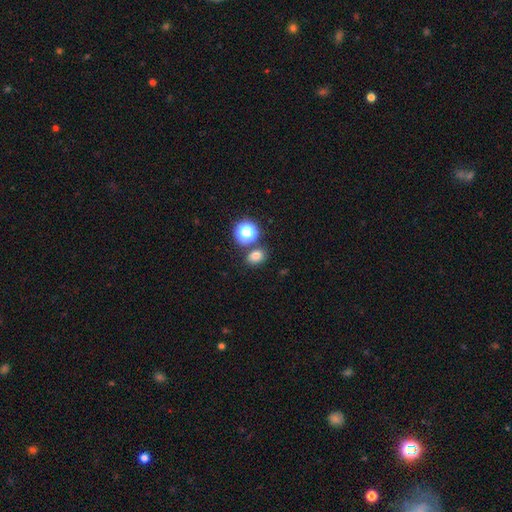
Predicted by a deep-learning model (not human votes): A smooth galaxy with no disk features (77%) that is in between round and cigar-shaped (56%).

Vote fractions:
- Smooth or featured? smooth: 77% / star or artifact: 18% / featured or disk: 5%
- How rounded? in between: 56% / round: 43% / cigar-shaped: 1%
- Merging? none: 75% / merger: 11% / minor disturbance: 10% / major disturbance: 3%